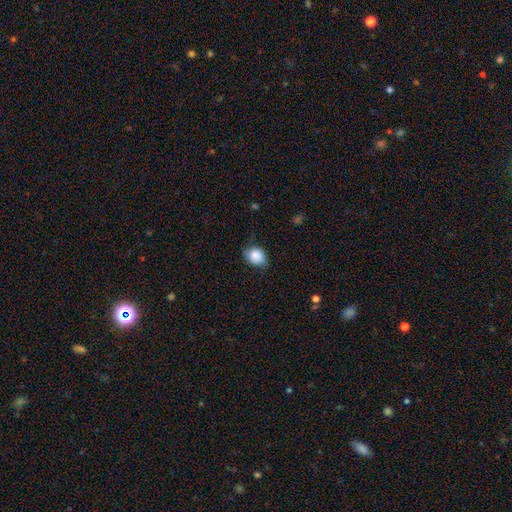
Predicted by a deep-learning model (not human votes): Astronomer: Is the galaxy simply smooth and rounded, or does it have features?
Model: smooth — 83%.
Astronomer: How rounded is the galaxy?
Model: round — 55% (runner-up: in between, 44%).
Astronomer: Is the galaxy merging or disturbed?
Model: none — 65%.